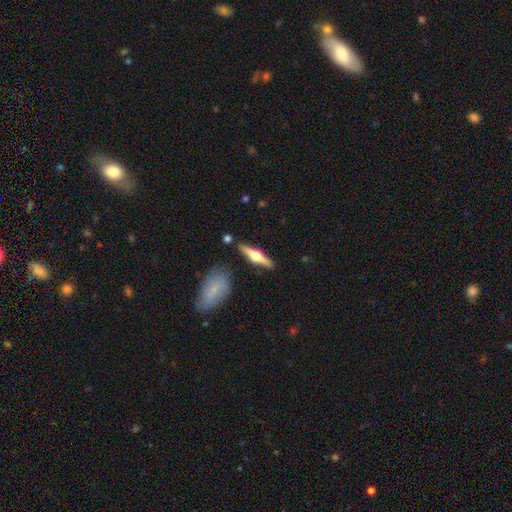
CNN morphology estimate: Q: Smooth or featured?
A: featured or disk (70%); runner-up: smooth (25%)
Q: Edge-on disk?
A: yes (97%); runner-up: no (3%)
Q: Edge-on bulge?
A: rounded (95%); runner-up: boxy (3%)
Q: Merging?
A: none (87%); runner-up: minor disturbance (8%)